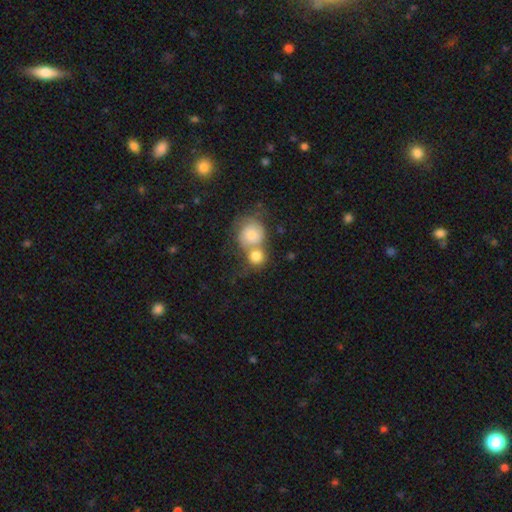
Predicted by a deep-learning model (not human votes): smooth 73%, featured or disk 19%, star or artifact 7%. Down the decision tree: how rounded — round (82%); merging — merger (60%).